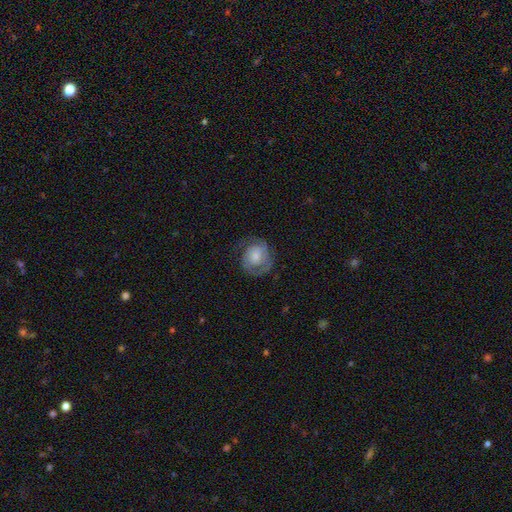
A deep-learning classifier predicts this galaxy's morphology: This is likely a featured or disk galaxy (61%). It is clearly not viewed edge-on (97%). Bar: likely no (76%). Spiral arm pattern: clearly yes (84%). Central bulge: possibly small (51%). Merging: likely none (62%).